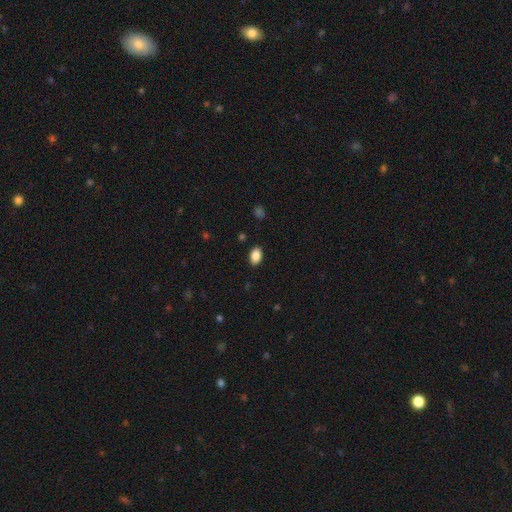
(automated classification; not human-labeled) Q: Smooth or featured?
A: smooth (88%); runner-up: star or artifact (8%)
Q: How rounded?
A: in between (88%); runner-up: round (10%)
Q: Merging?
A: none (88%); runner-up: minor disturbance (9%)